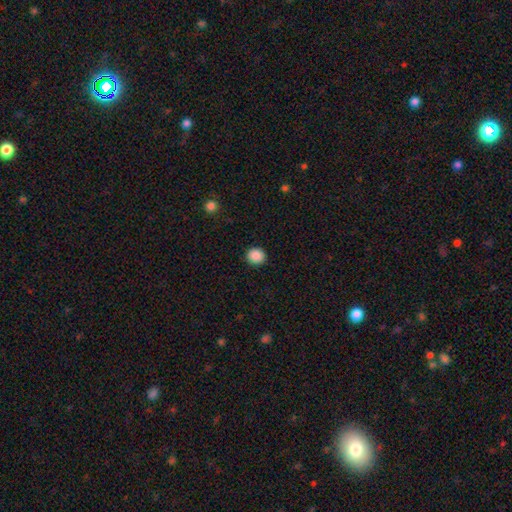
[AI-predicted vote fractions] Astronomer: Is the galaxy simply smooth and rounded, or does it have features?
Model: smooth — 88%.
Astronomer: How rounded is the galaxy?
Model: round — 89%.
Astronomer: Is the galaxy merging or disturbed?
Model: none — 92%.